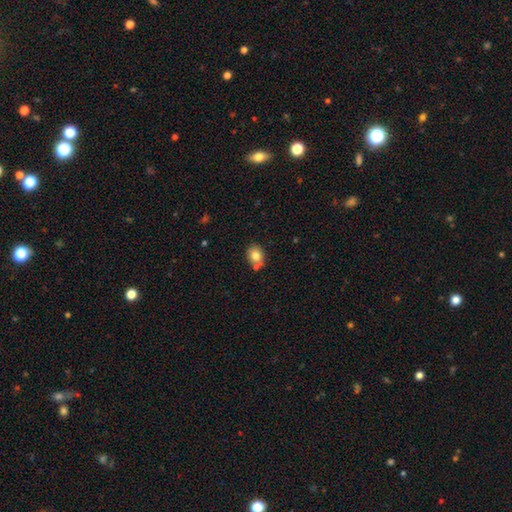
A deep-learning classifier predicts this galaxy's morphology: Smooth or featured?
  - smooth: 78% *
  - featured or disk: 12%
  - star or artifact: 9%
How rounded?
  - round: 50% *
  - in between: 49%
  - cigar-shaped: 1%
Merging?
  - none: 62% *
  - merger: 19%
  - minor disturbance: 16%
  - major disturbance: 4%